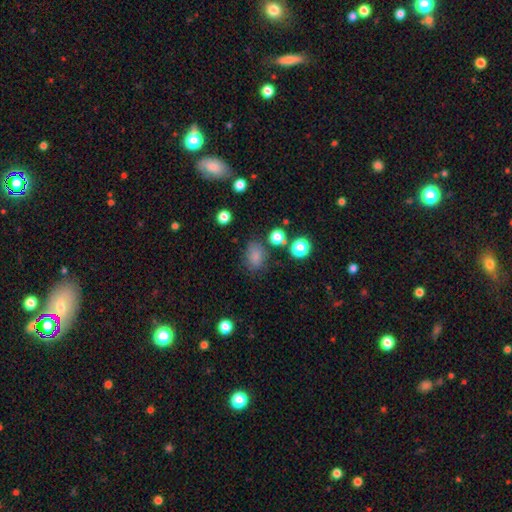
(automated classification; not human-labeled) smooth_or_featured: smooth (p=0.80) [alt: star or artifact p=0.14]
how_rounded: in between (p=0.64) [alt: round p=0.34]
merging: none (p=0.70) [alt: minor disturbance p=0.18]